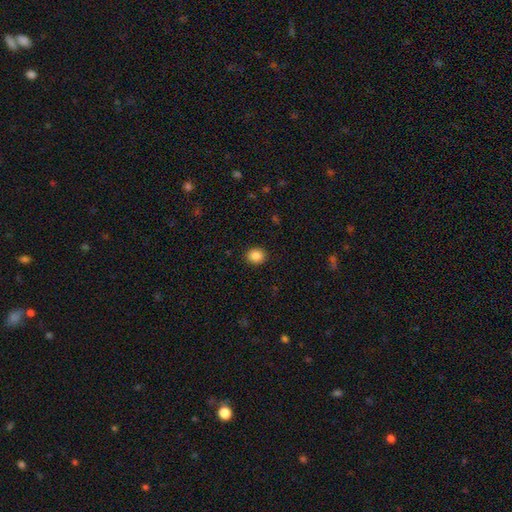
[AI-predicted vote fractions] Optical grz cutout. It shows a smooth galaxy with no disk features (87%) that is round (72%). Merging: none (91%).